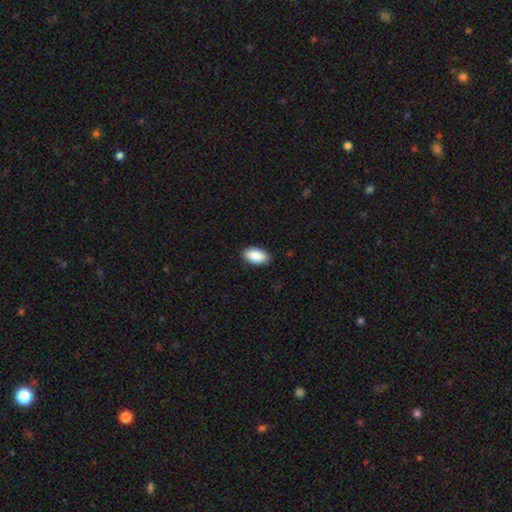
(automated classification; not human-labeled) smooth 90%, star or artifact 6%, featured or disk 4%. Down the decision tree: how rounded — in between (95%); merging — none (89%).